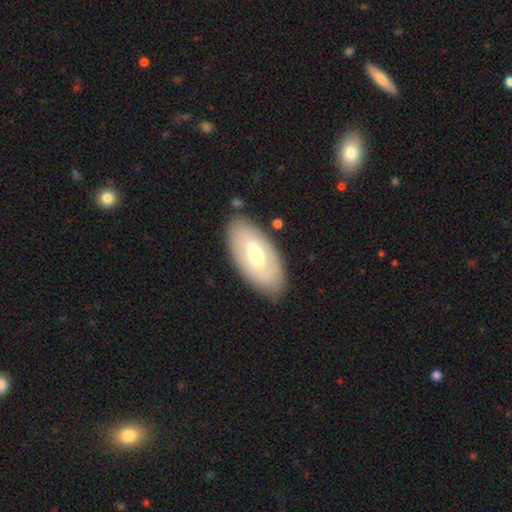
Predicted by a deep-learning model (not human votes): A featured or disk galaxy (51%). Merging: none (81%).